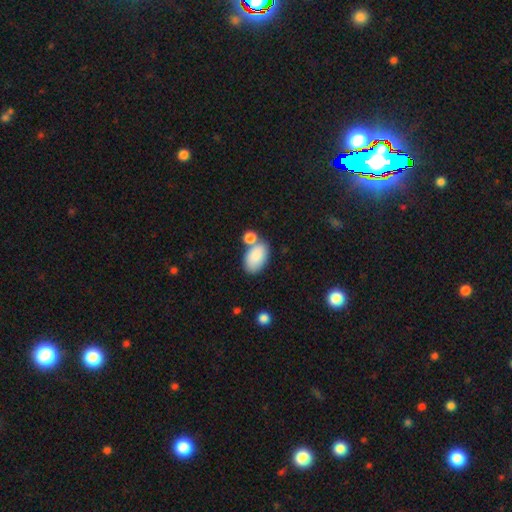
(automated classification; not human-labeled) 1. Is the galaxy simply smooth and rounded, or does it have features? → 86% smooth, 7% featured or disk, 7% star or artifact.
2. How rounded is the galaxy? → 94% in between, 5% round, 1% cigar-shaped.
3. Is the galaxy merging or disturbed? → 53% none, 29% merger, 14% minor disturbance, 5% major disturbance.